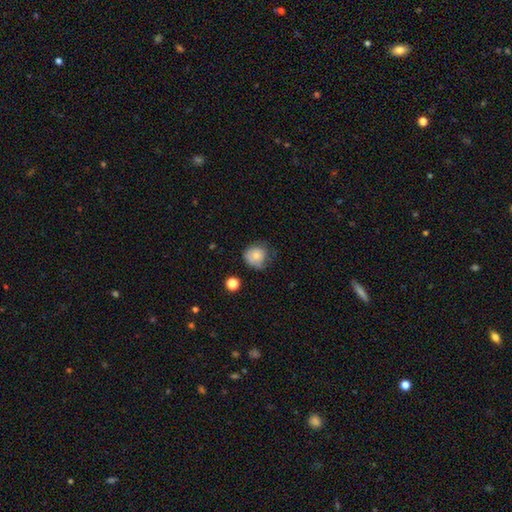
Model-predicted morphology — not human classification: Overall: smooth (77%). How rounded: round (84%). Merging: none (58%; minor disturbance 29%).